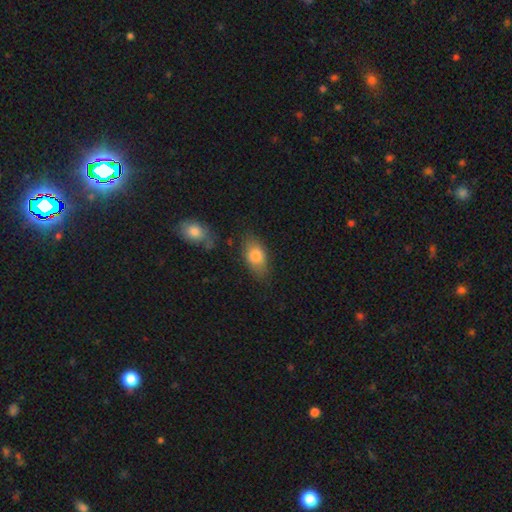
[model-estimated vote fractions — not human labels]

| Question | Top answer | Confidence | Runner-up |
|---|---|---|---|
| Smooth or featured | smooth | 81% | featured or disk (12%) |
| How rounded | in between | 88% | round (7%) |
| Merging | none | 73% | minor disturbance (18%) |